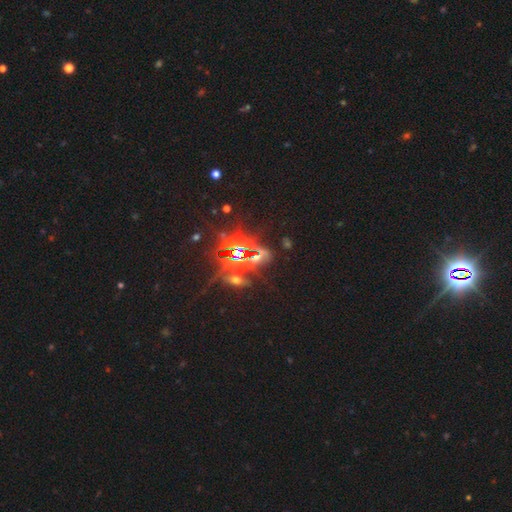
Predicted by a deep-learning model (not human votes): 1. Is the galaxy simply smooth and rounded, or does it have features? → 74% star or artifact, 14% smooth, 12% featured or disk.